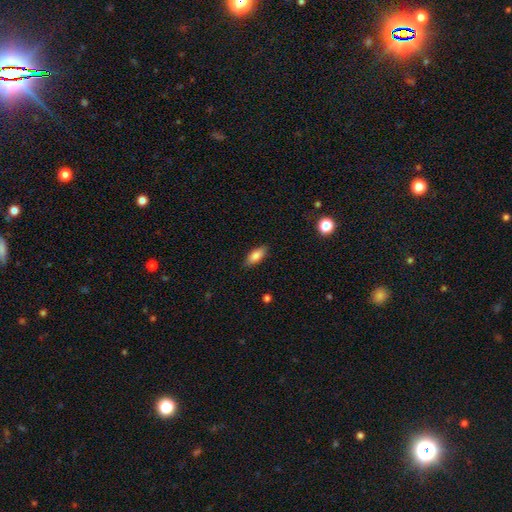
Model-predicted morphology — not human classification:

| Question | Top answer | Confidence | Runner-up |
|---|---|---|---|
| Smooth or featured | smooth | 83% | featured or disk (10%) |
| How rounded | in between | 81% | cigar-shaped (16%) |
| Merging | none | 86% | minor disturbance (10%) |